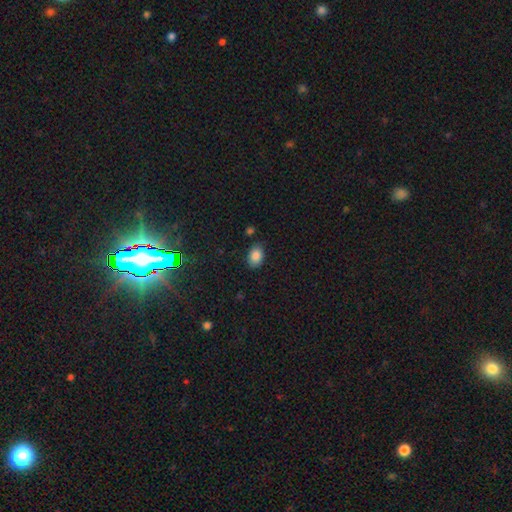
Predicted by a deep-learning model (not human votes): A smooth galaxy with no disk features (85%) that is in between round and cigar-shaped (81%).

Vote fractions:
- Smooth or featured? smooth: 85% / star or artifact: 9% / featured or disk: 5%
- How rounded? in between: 81% / round: 17% / cigar-shaped: 1%
- Merging? none: 79% / minor disturbance: 15% / major disturbance: 3% / merger: 3%